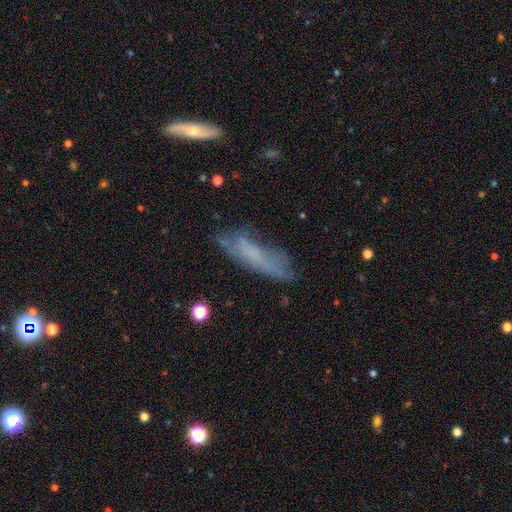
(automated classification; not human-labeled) A smooth galaxy with no disk features (51%) that is cigar-shaped (65%). Merging: none (65%).